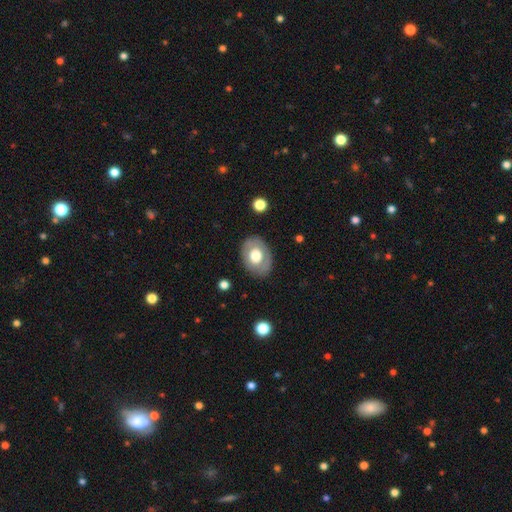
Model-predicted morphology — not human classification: This appears to be a smooth galaxy with no disk features (56%) that is in between round and cigar-shaped (70%). Merging: none (82%).